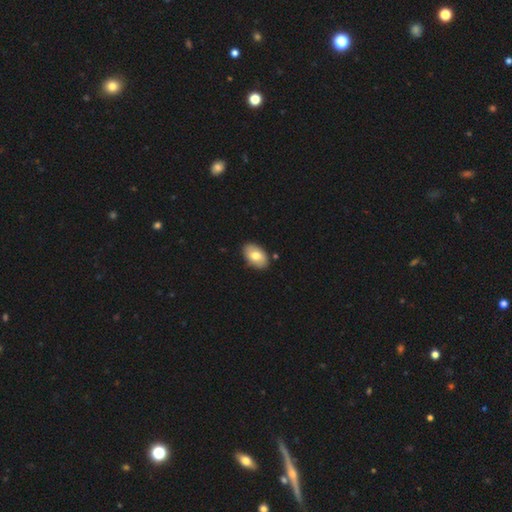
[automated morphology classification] smooth_or_featured: smooth (p=0.73) [alt: featured or disk p=0.20]
how_rounded: in between (p=0.92) [alt: round p=0.07]
merging: none (p=0.86) [alt: minor disturbance p=0.10]